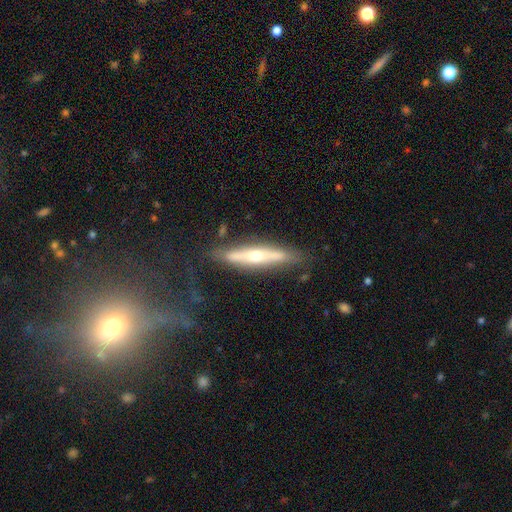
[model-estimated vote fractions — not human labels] A featured or disk galaxy (63%) viewed edge-on (87%) with a rounded central bulge (81%). Merging: none (77%).